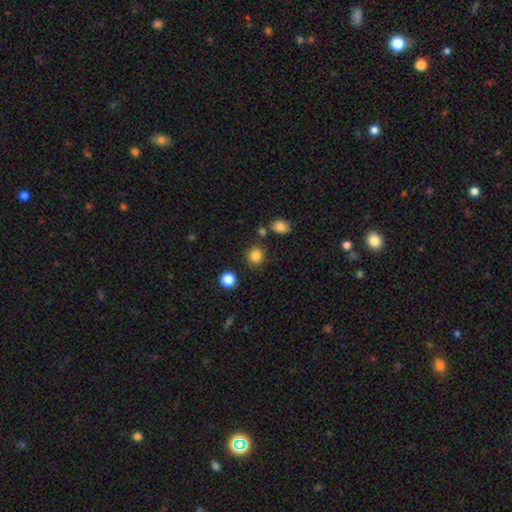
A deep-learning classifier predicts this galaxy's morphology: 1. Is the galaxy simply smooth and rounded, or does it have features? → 84% smooth, 12% star or artifact, 4% featured or disk.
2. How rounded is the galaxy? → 88% round, 11% in between, 1% cigar-shaped.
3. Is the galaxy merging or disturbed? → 84% none, 8% minor disturbance, 5% merger, 3% major disturbance.